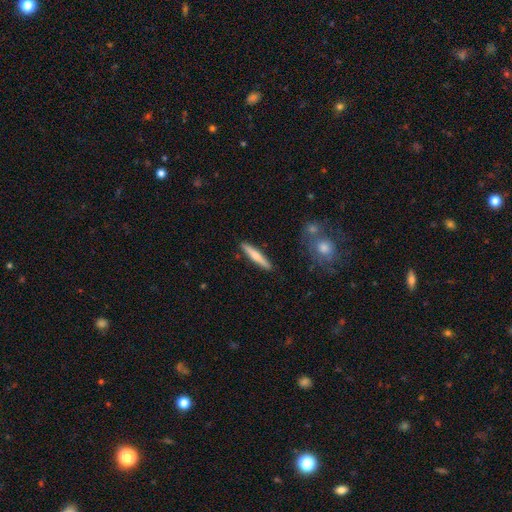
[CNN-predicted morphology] Smooth or featured: smooth — 55% (featured or disk — 40%)
How rounded: cigar-shaped — 92% (in between — 6%)
Merging: none — 89% (minor disturbance — 7%)